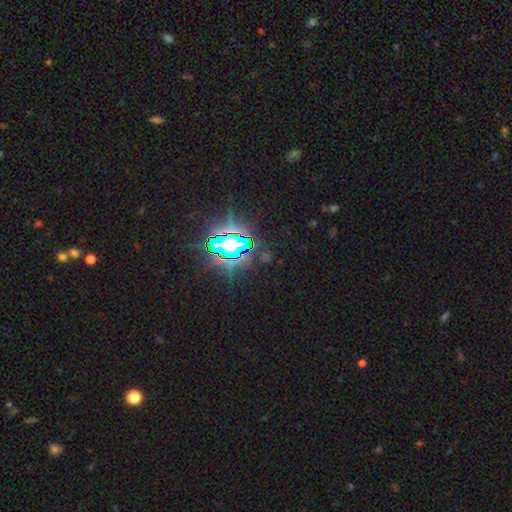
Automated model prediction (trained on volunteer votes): The model was most divided on "smooth or featured": star or artifact: 84%, smooth: 9%, featured or disk: 6%.